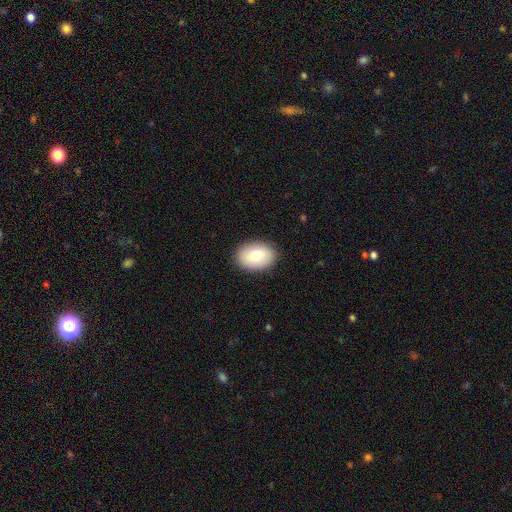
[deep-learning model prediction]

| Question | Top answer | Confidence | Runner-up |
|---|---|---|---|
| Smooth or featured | smooth | 80% | featured or disk (14%) |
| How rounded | in between | 82% | round (17%) |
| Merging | none | 89% | minor disturbance (8%) |